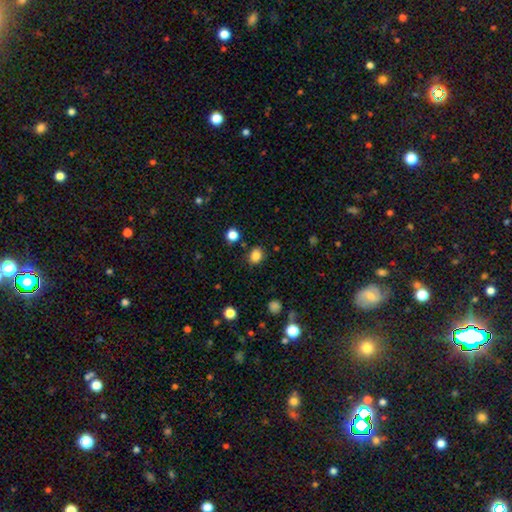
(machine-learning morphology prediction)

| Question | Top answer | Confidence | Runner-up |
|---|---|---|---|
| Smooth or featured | smooth | 84% | star or artifact (12%) |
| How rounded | round | 61% | in between (38%) |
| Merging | none | 83% | minor disturbance (12%) |